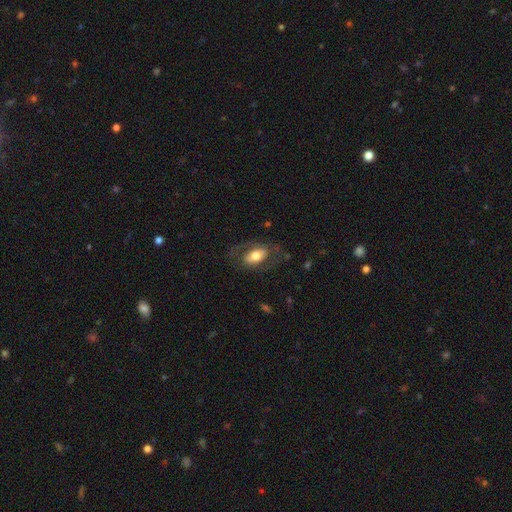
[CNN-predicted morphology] smooth-or-featured: smooth: 56% | featured or disk: 38% | star or artifact: 6%
  how-rounded: in between: 90% | round: 7% | cigar-shaped: 2%
  merging: none: 65% | major disturbance: 17% | minor disturbance: 17% | merger: 1%